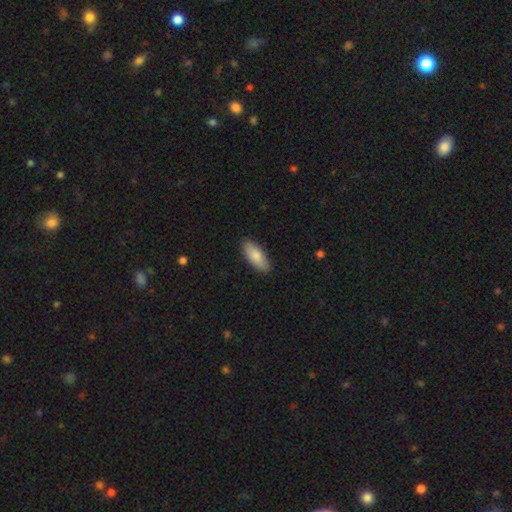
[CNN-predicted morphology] This is clearly a smooth galaxy (85%). How rounded: clearly in between (82%). Merging: clearly none (88%).